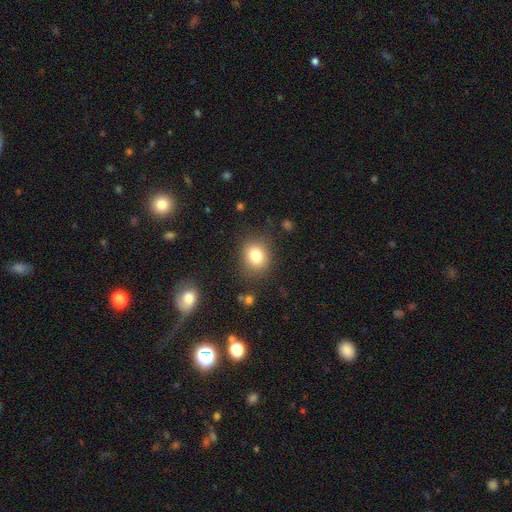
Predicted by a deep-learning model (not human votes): Morphology: type=smooth (80%); roundness=round (66%); merging=none (82%).